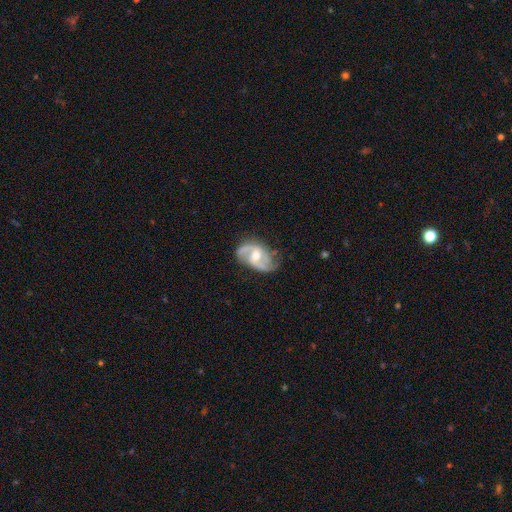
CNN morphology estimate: Overall: featured or disk (87%). Edge-on disk: no (97%). Bar: weak (48%; no 40%). Spiral arms: yes (96%). Spiral arm count: 2 (87%). Spiral winding: medium (53%; loose 29%). Bulge size: moderate (70%). Merging: none (68%).